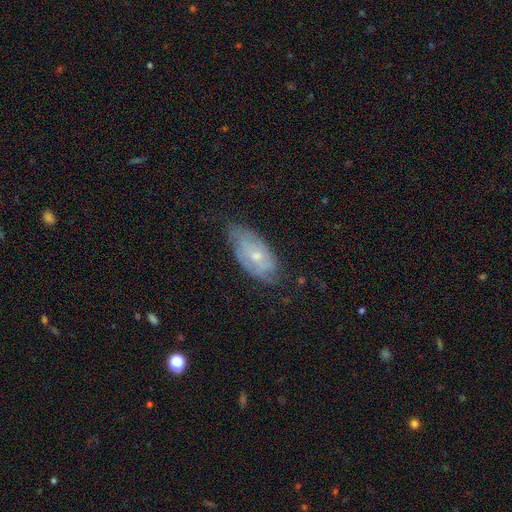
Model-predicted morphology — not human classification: smooth-or-featured: featured or disk: 55% | smooth: 38% | star or artifact: 7%
  disk-edge-on: no: 90% | yes: 10%
  merging: none: 54% | minor disturbance: 34% | major disturbance: 10% | merger: 2%